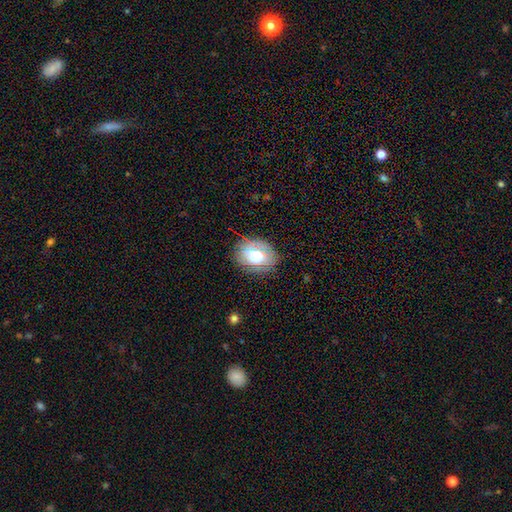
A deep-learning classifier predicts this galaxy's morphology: Smooth or featured? Predicted: smooth (p=0.62). How rounded? Predicted: in between (p=0.59). Merging? Predicted: none (p=0.77).